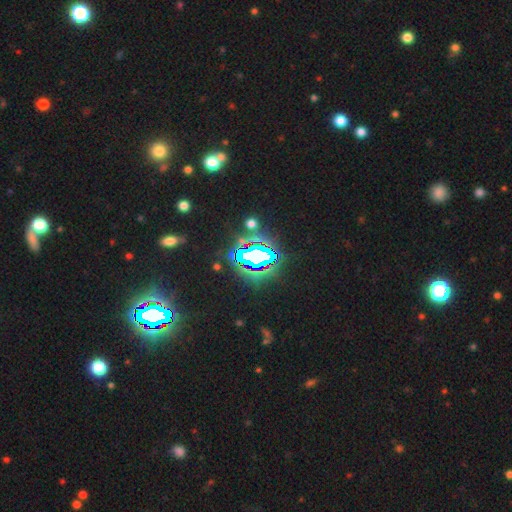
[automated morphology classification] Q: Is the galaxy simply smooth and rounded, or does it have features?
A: star or artifact — 71%.